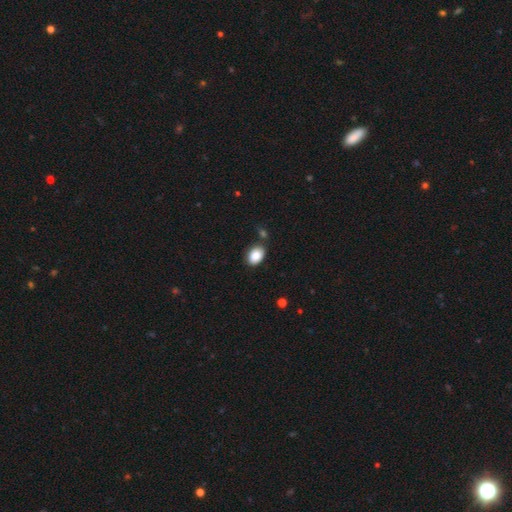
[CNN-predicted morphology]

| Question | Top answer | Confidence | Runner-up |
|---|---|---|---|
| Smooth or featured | smooth | 86% | star or artifact (8%) |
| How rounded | in between | 81% | round (18%) |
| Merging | none | 78% | minor disturbance (12%) |